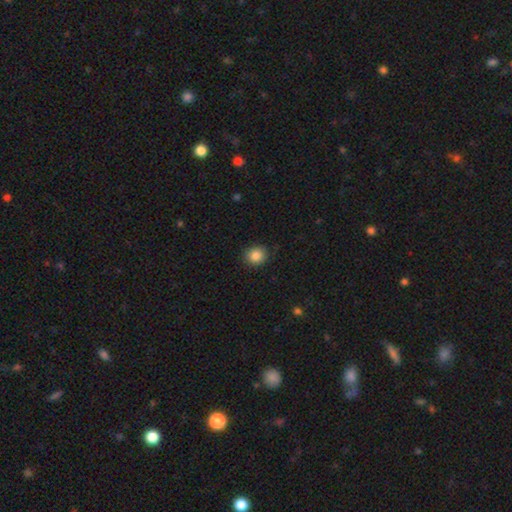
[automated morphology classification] The model was most divided on "how rounded": round: 79%, in between: 20%, cigar-shaped: 1%. More confident: merging — none (86%); smooth or featured — smooth (86%).